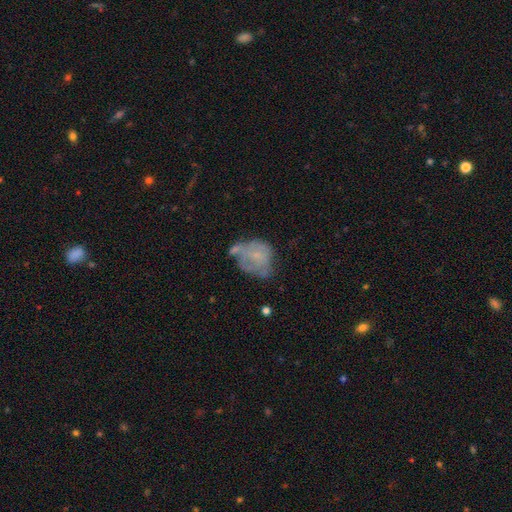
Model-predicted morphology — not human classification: smooth-or-featured: featured or disk: 46% | smooth: 44% | star or artifact: 11%
  merging: none: 31% | minor disturbance: 29% | major disturbance: 26% | merger: 15%